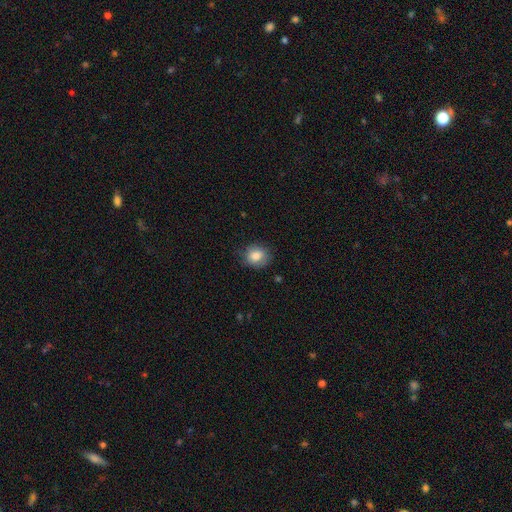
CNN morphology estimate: A smooth galaxy with no disk features (84%) that is round (64%). Merging: none (75%).